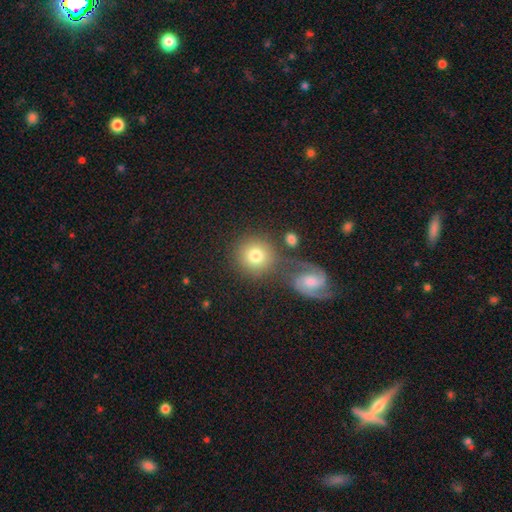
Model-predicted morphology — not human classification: The model was most divided on "merging": none: 65%, merger: 20%, minor disturbance: 10%, major disturbance: 5%. More confident: how rounded — round (88%); smooth or featured — smooth (77%).